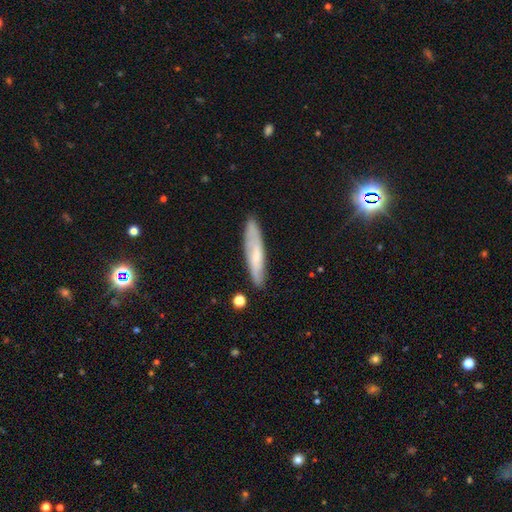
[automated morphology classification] Smooth or featured?
  - smooth: 49% *
  - featured or disk: 42%
  - star or artifact: 9%
Merging?
  - none: 83% *
  - minor disturbance: 13%
  - major disturbance: 3%
  - merger: 2%